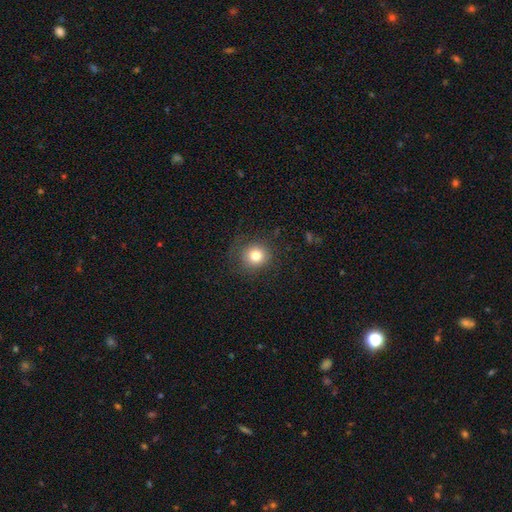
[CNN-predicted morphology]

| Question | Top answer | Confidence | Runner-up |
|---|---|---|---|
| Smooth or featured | smooth | 80% | star or artifact (12%) |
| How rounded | round | 90% | in between (9%) |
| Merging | none | 83% | minor disturbance (11%) |